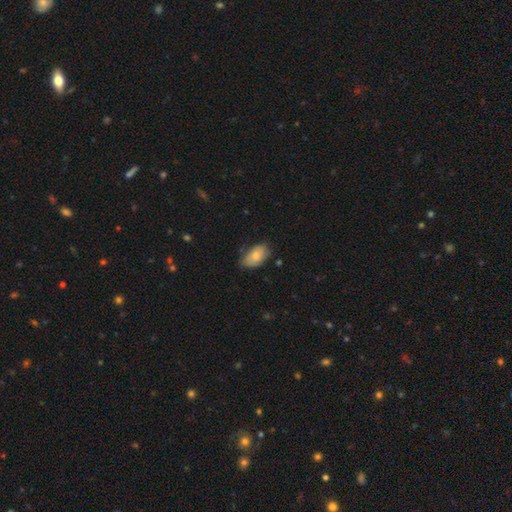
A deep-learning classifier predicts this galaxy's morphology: Overall: smooth (78%). How rounded: in between (93%). Merging: none (64%; minor disturbance 29%).